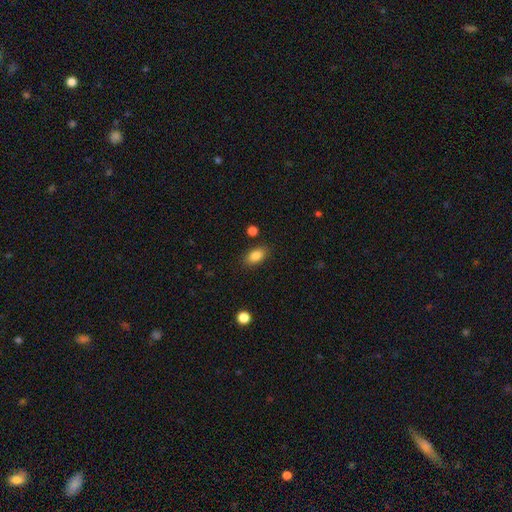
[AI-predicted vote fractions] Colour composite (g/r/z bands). It shows a smooth galaxy with no disk features (86%) that is in between round and cigar-shaped (88%). Merging: none (84%).